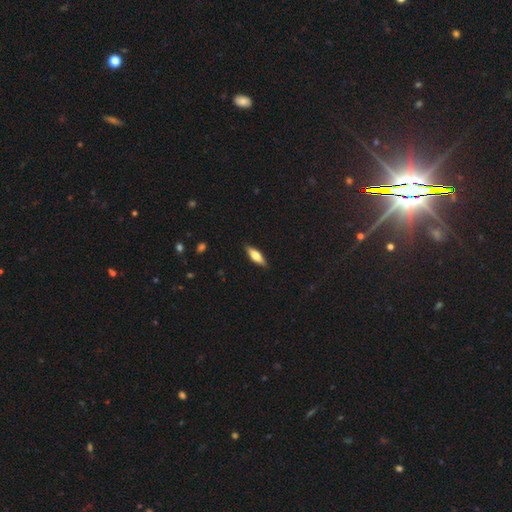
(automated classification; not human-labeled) smooth 54%, featured or disk 40%, star or artifact 6%. Down the decision tree: how rounded — cigar-shaped (49%, tied with in between); merging — none (89%).